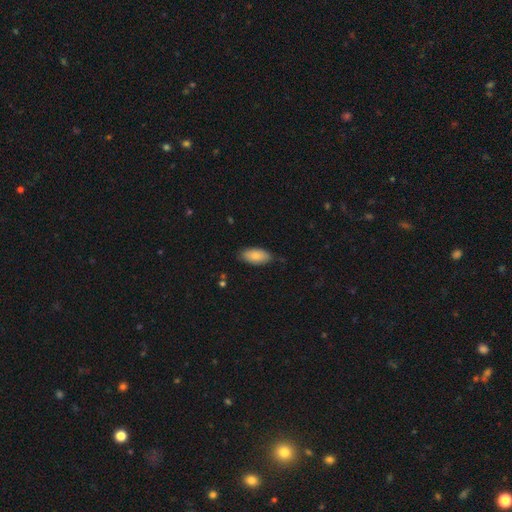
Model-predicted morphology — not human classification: Smooth or featured?
  - smooth: 82% *
  - featured or disk: 12%
  - star or artifact: 6%
How rounded?
  - in between: 93% *
  - cigar-shaped: 5%
  - round: 2%
Merging?
  - none: 79% *
  - minor disturbance: 17%
  - major disturbance: 2%
  - merger: 1%